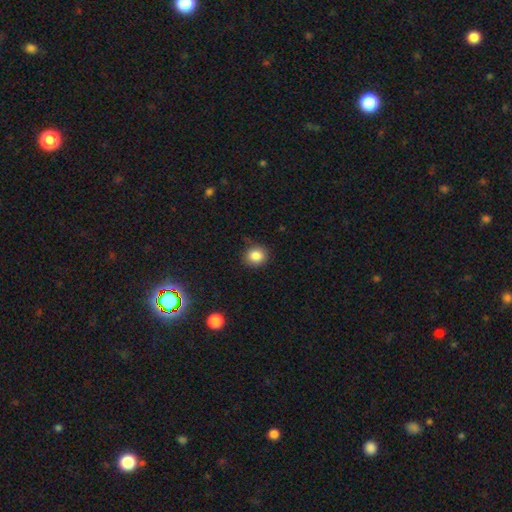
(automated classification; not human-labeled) Morphology: type=smooth (84%); roundness=round (81%); merging=none (84%).